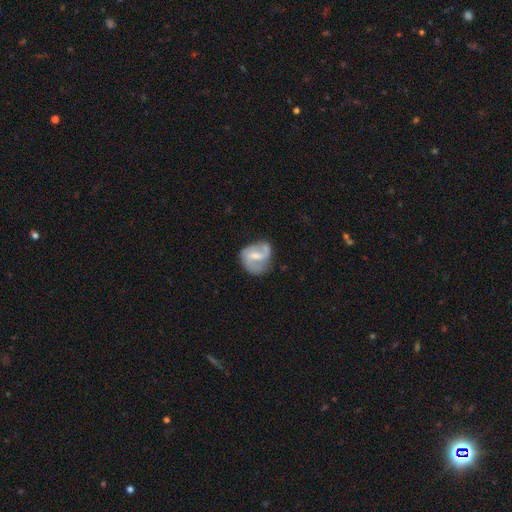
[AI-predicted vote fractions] This is likely a featured or disk galaxy (68%). It is clearly not viewed edge-on (98%). Bar: possibly weak (54%). Spiral arm pattern: clearly yes (83%). Spiral arm count: likely 2 (71%). Spiral winding: marginally medium (44%). Central bulge: marginally moderate (42%). Merging: possibly none (49%).